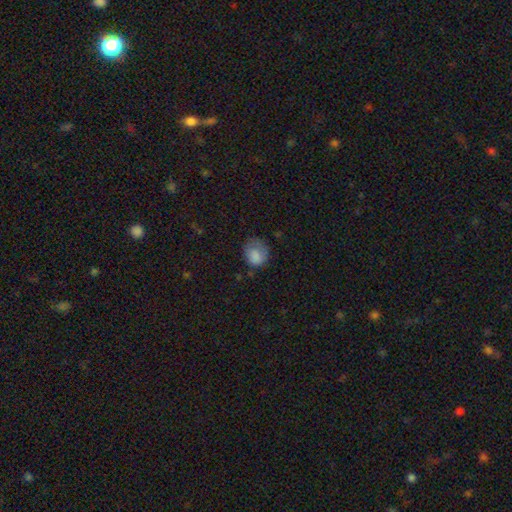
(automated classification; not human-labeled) smooth_or_featured: smooth (p=0.80) [alt: featured or disk p=0.11]
how_rounded: round (p=0.68) [alt: in between p=0.31]
merging: none (p=0.48) [alt: minor disturbance p=0.31]